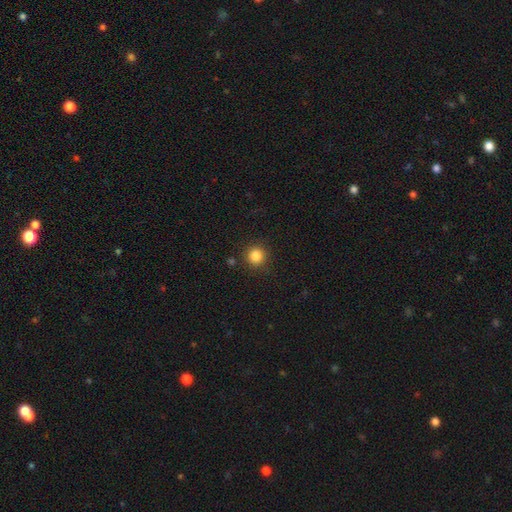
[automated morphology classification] Overall: smooth (84%). How rounded: round (93%). Merging: none (89%).